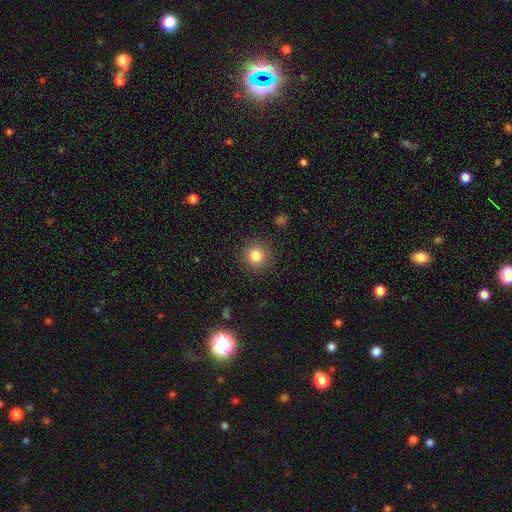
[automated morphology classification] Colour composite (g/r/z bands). It shows a smooth galaxy with no disk features (83%) that is round (94%). Merging: none (90%).